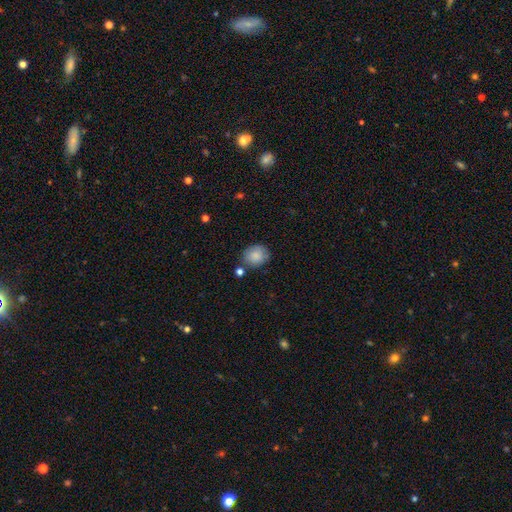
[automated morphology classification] A smooth galaxy with no disk features (85%) that is round (62%). Merging: none (73%).